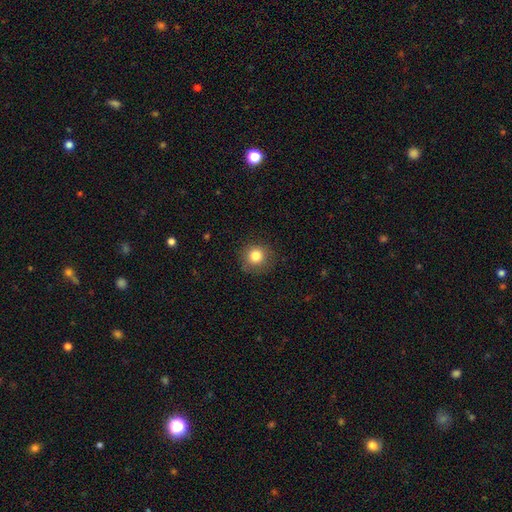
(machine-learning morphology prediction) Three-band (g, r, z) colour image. It shows a smooth galaxy with no disk features (82%) that is round (93%). Merging: none (86%).